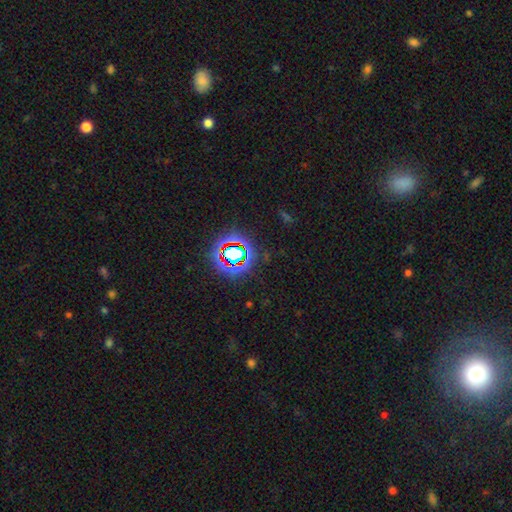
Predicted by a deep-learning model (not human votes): Smooth or featured: star or artifact — 76% (smooth — 15%)